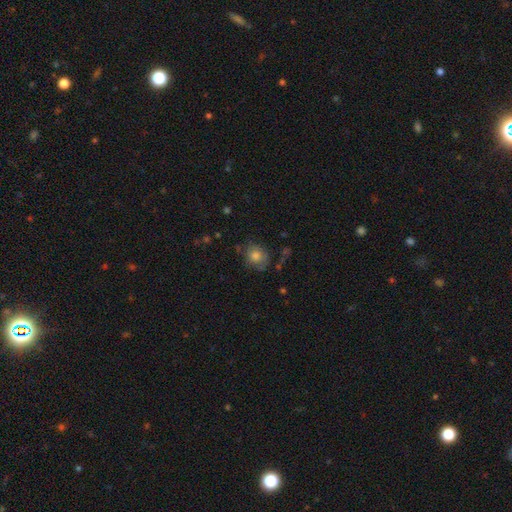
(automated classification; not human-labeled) Smooth or featured: smooth — 73% (featured or disk — 16%)
How rounded: round — 73% (in between — 26%)
Merging: none — 66% (minor disturbance — 23%)